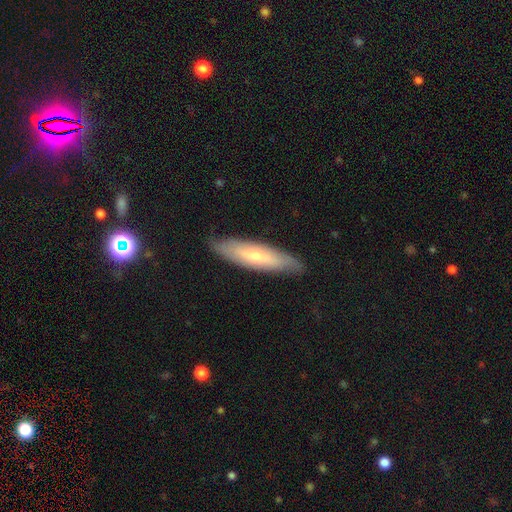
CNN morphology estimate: Overall: smooth (50%; featured or disk 44%). How rounded: cigar-shaped (67%; in between 31%). Merging: none (83%).